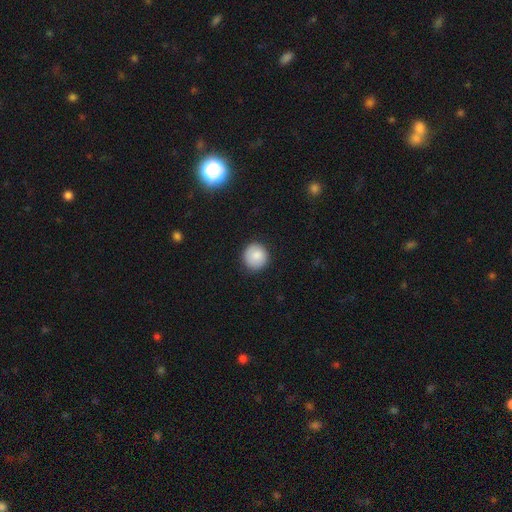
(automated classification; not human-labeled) The model was most divided on "smooth or featured": smooth: 86%, star or artifact: 8%, featured or disk: 6%. More confident: how rounded — round (92%); merging — none (89%).